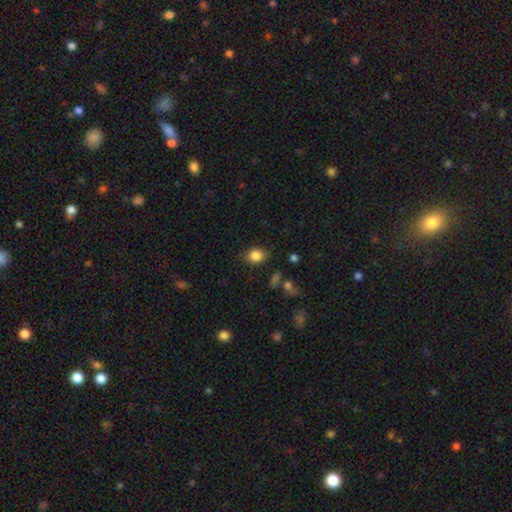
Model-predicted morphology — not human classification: Smooth or featured? smooth (84%)
How rounded? in between (52%)
Merging? none (80%)